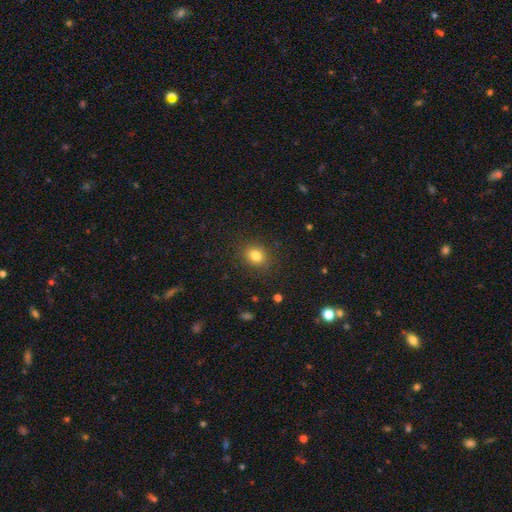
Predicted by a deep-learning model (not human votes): Q: Smooth or featured?
A: smooth (82%); runner-up: star or artifact (12%)
Q: How rounded?
A: round (58%); runner-up: in between (41%)
Q: Merging?
A: none (86%); runner-up: minor disturbance (9%)